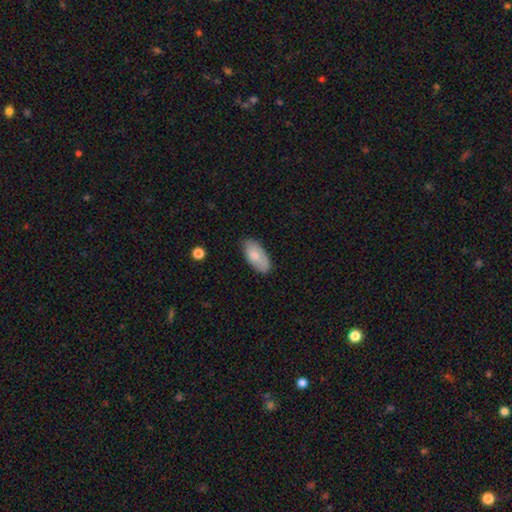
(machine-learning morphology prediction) Overall: smooth (80%). How rounded: in between (93%). Merging: none (78%).